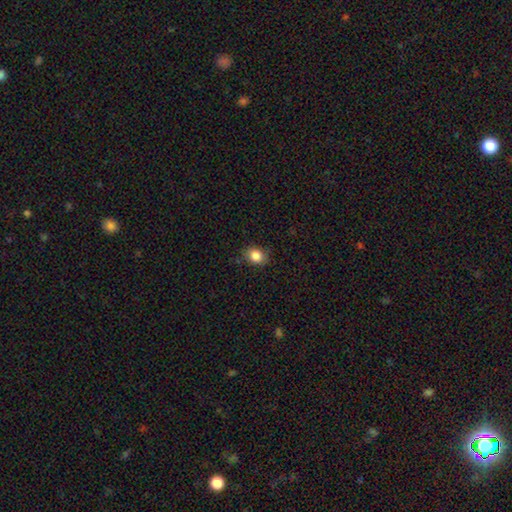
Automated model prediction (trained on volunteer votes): smooth_or_featured: smooth (p=0.86) [alt: star or artifact p=0.10]
how_rounded: round (p=0.53) [alt: in between p=0.46]
merging: none (p=0.83) [alt: minor disturbance p=0.13]